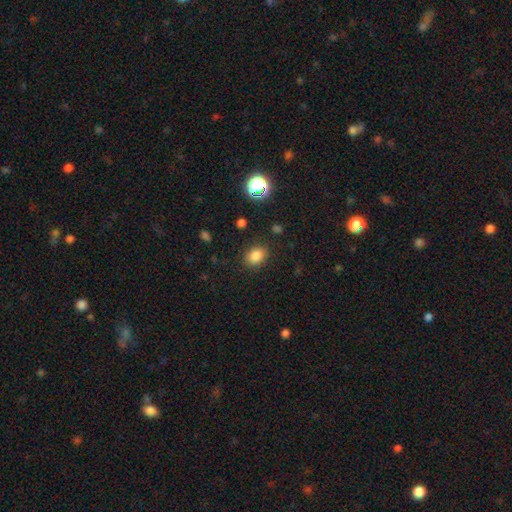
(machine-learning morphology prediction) Smooth or featured: smooth — 82% (star or artifact — 13%)
How rounded: in between — 59% (round — 40%)
Merging: none — 84% (minor disturbance — 11%)